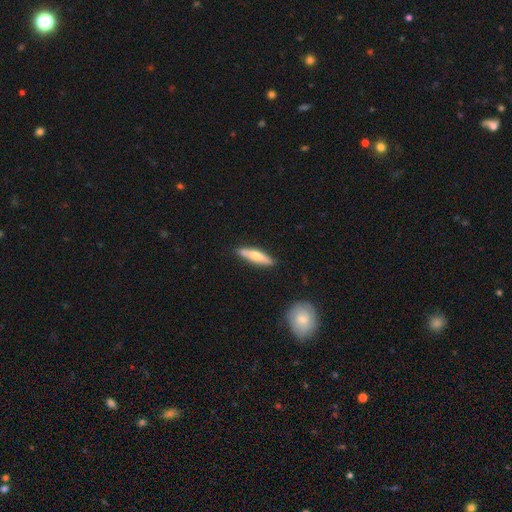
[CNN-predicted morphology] This is possibly a smooth galaxy (53%). How rounded: likely cigar-shaped (78%). Merging: clearly none (86%).